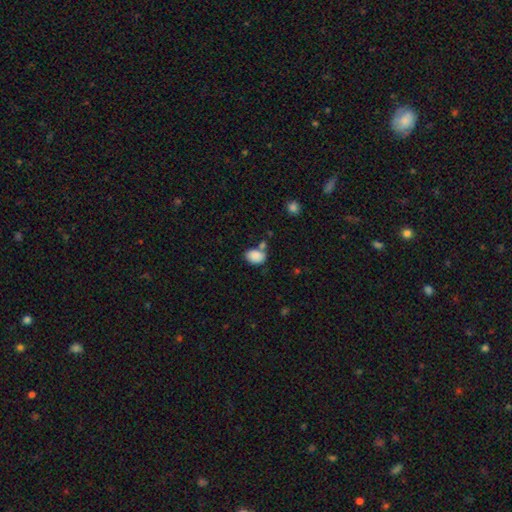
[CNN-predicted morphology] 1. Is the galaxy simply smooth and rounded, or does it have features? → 86% smooth, 8% star or artifact, 5% featured or disk.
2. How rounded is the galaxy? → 78% in between, 21% round, 1% cigar-shaped.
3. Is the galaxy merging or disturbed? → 58% none, 19% merger, 17% minor disturbance, 5% major disturbance.